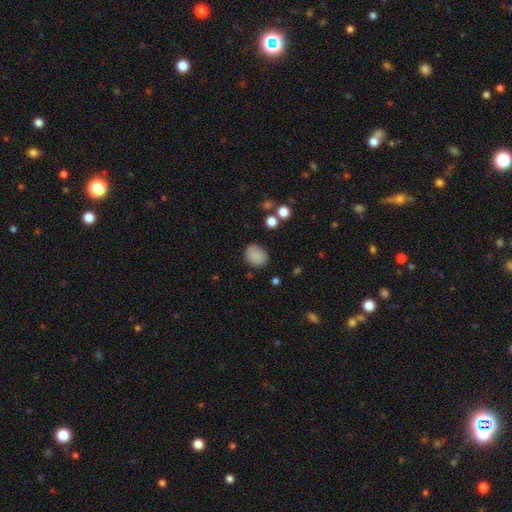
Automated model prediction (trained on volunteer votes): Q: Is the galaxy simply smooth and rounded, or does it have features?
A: smooth — 85%.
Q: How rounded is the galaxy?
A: round — 59%.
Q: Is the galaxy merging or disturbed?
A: none — 79%.